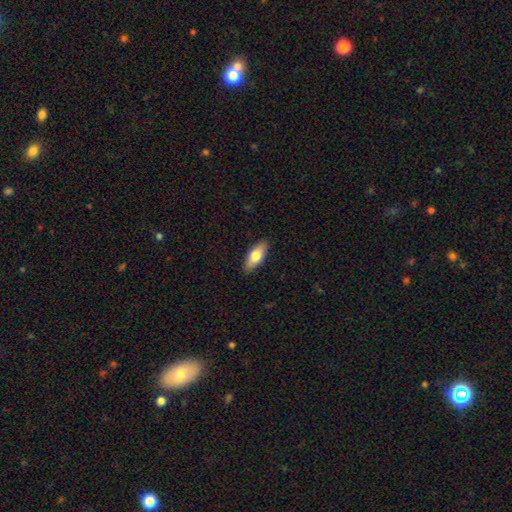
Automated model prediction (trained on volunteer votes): Smooth or featured? smooth (75%)
How rounded? in between (82%)
Merging? none (88%)